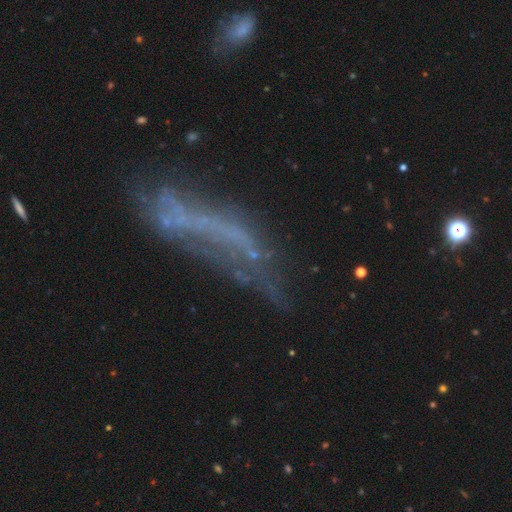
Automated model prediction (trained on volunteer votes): Morphology: type=featured or disk (50%); edge-on=no (69%); merging=none (44%).